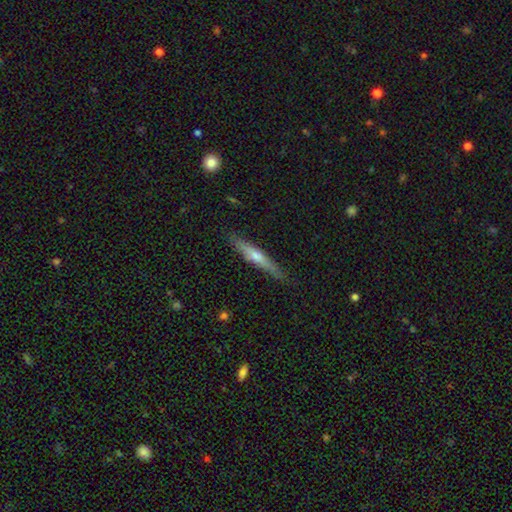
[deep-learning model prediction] Smooth or featured? featured or disk (54%)
Edge-on disk? yes (95%)
Edge-on bulge? rounded (71%)
Merging? none (86%)